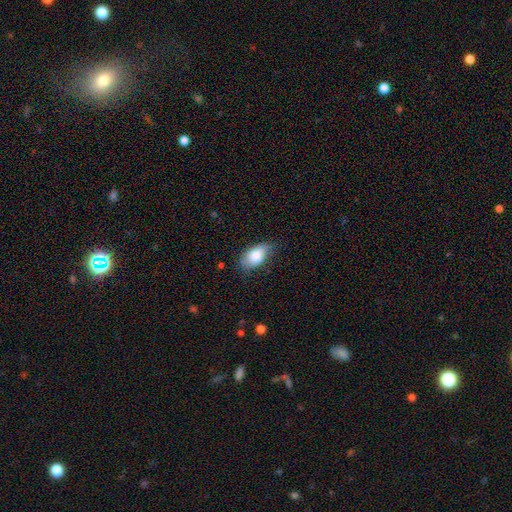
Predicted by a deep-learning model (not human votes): Q: Smooth or featured?
A: smooth (81%); runner-up: featured or disk (12%)
Q: How rounded?
A: in between (92%); runner-up: round (6%)
Q: Merging?
A: none (61%); runner-up: minor disturbance (31%)